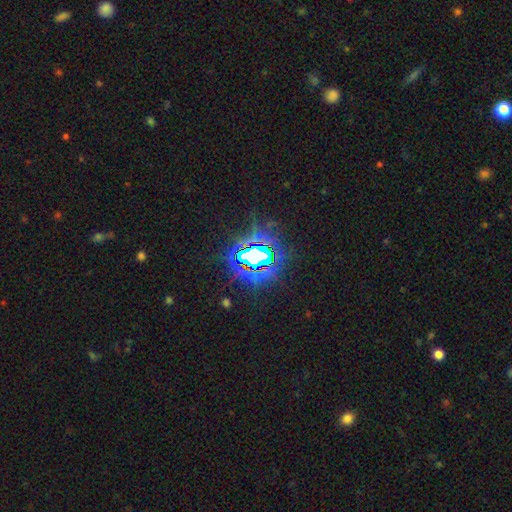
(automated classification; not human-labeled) A star or artifact, not a galaxy (80%).